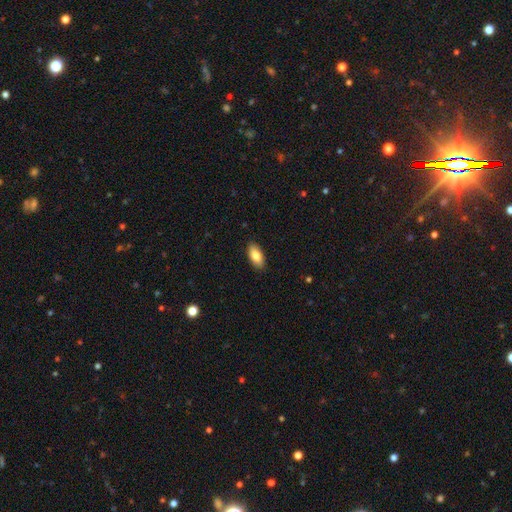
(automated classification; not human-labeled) smooth_or_featured: smooth (p=0.83) [alt: featured or disk p=0.11]
how_rounded: in between (p=0.91) [alt: cigar-shaped p=0.07]
merging: none (p=0.89) [alt: minor disturbance p=0.08]